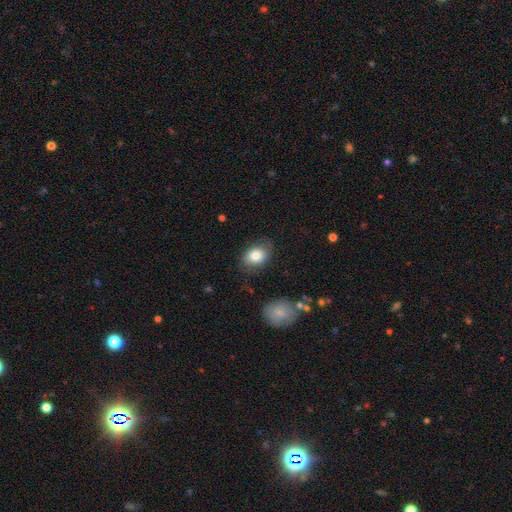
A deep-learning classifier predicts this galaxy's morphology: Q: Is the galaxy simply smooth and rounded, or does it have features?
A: smooth — 81%.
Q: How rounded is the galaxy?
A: in between — 74%.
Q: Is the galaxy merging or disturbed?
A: none — 75%.